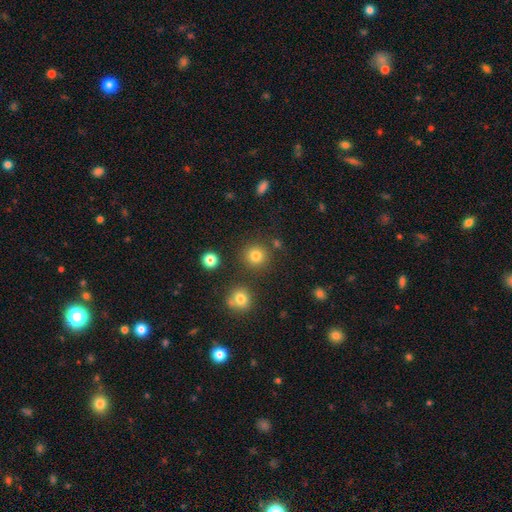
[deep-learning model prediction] A smooth galaxy with no disk features (81%) that is round (93%).

Vote fractions:
- Smooth or featured? smooth: 81% / star or artifact: 14% / featured or disk: 6%
- How rounded? round: 93% / in between: 6% / cigar-shaped: 1%
- Merging? none: 86% / minor disturbance: 7% / merger: 5% / major disturbance: 3%